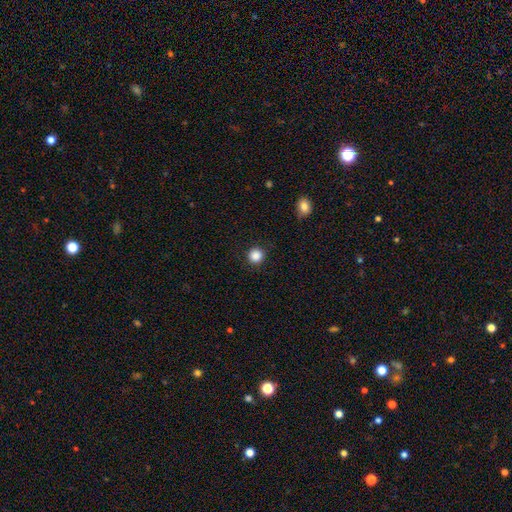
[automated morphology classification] Smooth or featured: smooth — 87% (star or artifact — 10%)
How rounded: round — 95% (in between — 4%)
Merging: none — 91% (minor disturbance — 6%)